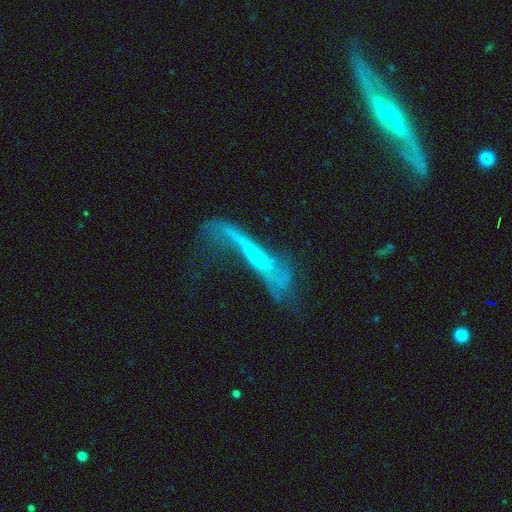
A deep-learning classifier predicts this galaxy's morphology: featured or disk 59%, smooth 31%, star or artifact 10%. Down the decision tree: edge-on disk — no (54%); merging — major disturbance (48%).